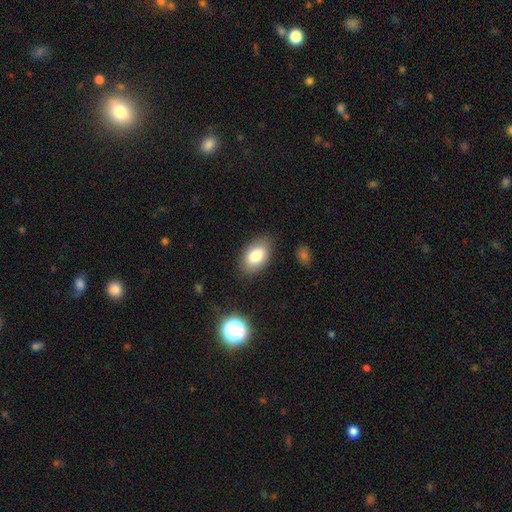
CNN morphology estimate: Smooth or featured: smooth — 81% (featured or disk — 11%)
How rounded: in between — 91% (round — 8%)
Merging: none — 84% (minor disturbance — 11%)